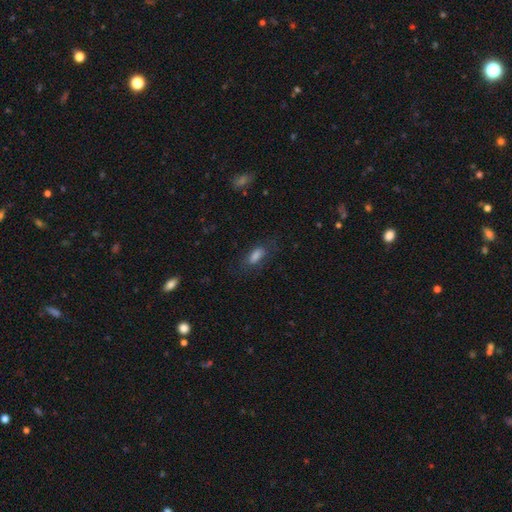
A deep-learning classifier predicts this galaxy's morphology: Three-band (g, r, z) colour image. It shows a smooth galaxy with no disk features (66%) that is in between round and cigar-shaped (73%). Merging: none (70%).